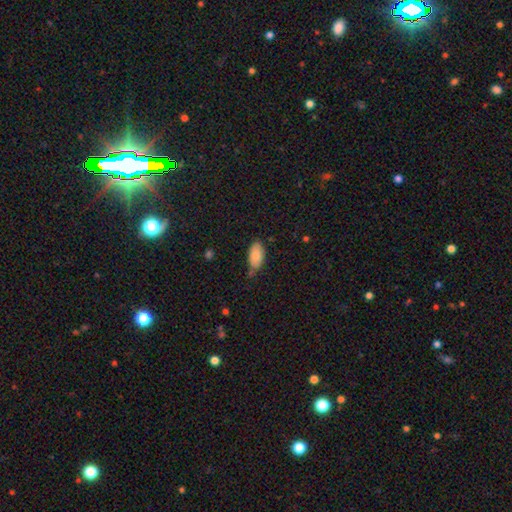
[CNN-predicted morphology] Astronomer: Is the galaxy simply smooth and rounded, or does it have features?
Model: smooth — 84%.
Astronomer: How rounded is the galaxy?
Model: in between — 94%.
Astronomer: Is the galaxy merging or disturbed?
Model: none — 67%.